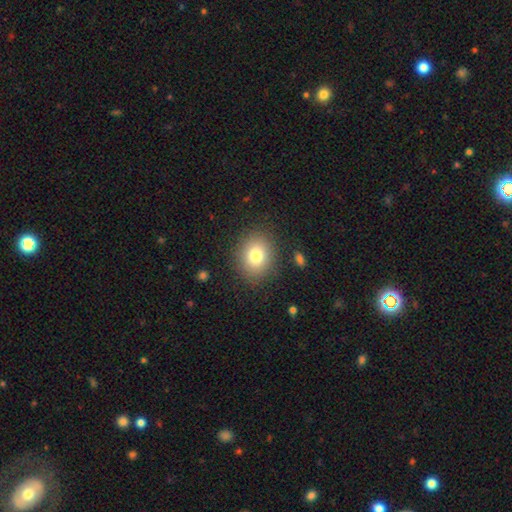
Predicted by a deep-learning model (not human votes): A smooth galaxy with no disk features (79%) that is round (61%).

Vote fractions:
- Smooth or featured? smooth: 79% / star or artifact: 11% / featured or disk: 10%
- How rounded? round: 61% / in between: 38% / cigar-shaped: 1%
- Merging? none: 87% / minor disturbance: 8% / major disturbance: 3% / merger: 1%